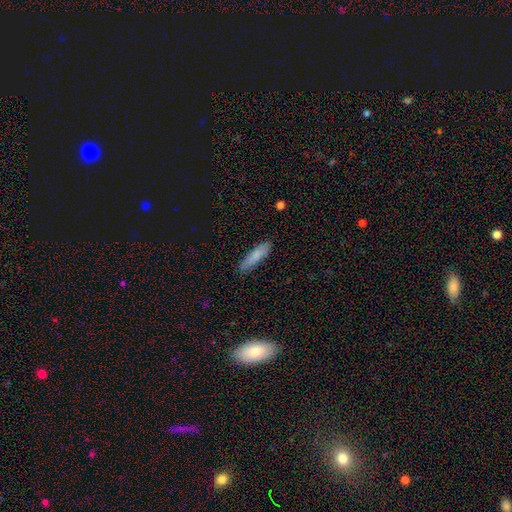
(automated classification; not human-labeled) Smooth or featured: smooth — 80% (featured or disk — 13%)
How rounded: cigar-shaped — 73% (in between — 26%)
Merging: none — 86% (minor disturbance — 11%)